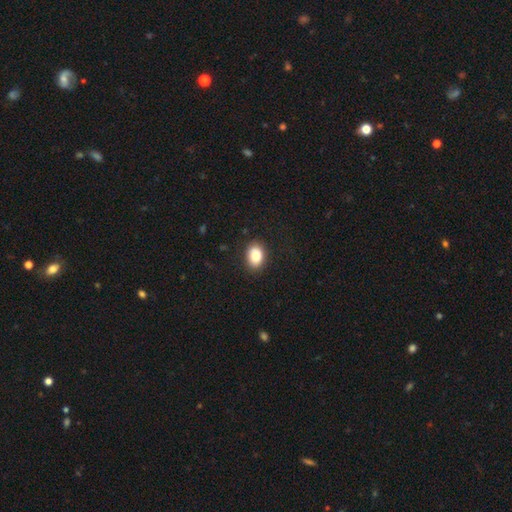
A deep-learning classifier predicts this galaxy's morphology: A smooth galaxy with no disk features (84%) that is in between round and cigar-shaped (77%). Merging: none (88%).